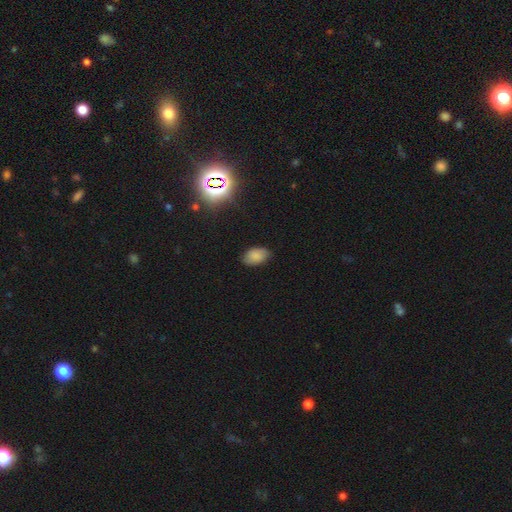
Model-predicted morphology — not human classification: Smooth or featured?
  - smooth: 82% *
  - star or artifact: 11%
  - featured or disk: 7%
How rounded?
  - in between: 89% *
  - round: 9%
  - cigar-shaped: 1%
Merging?
  - none: 83% *
  - minor disturbance: 13%
  - major disturbance: 3%
  - merger: 1%